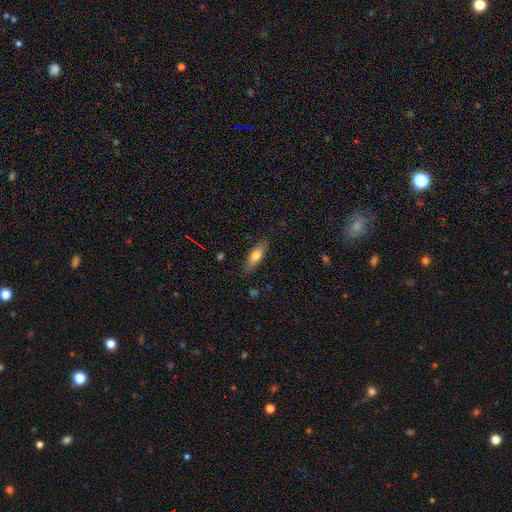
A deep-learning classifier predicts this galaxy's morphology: Smooth or featured: smooth — 71% (featured or disk — 22%)
How rounded: in between — 58% (cigar-shaped — 40%)
Merging: none — 84% (minor disturbance — 12%)